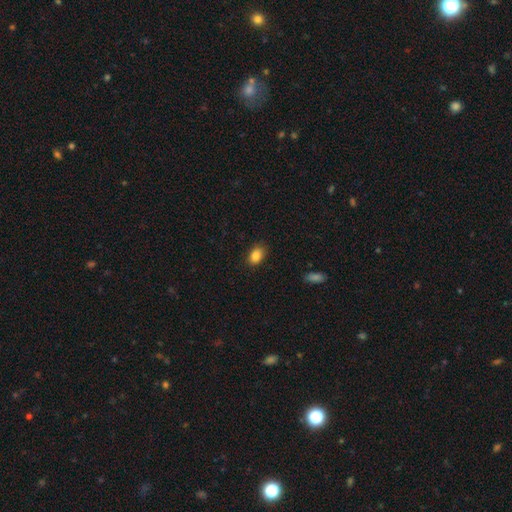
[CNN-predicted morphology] A smooth galaxy with no disk features (86%) that is in between round and cigar-shaped (82%). Merging: none (85%).